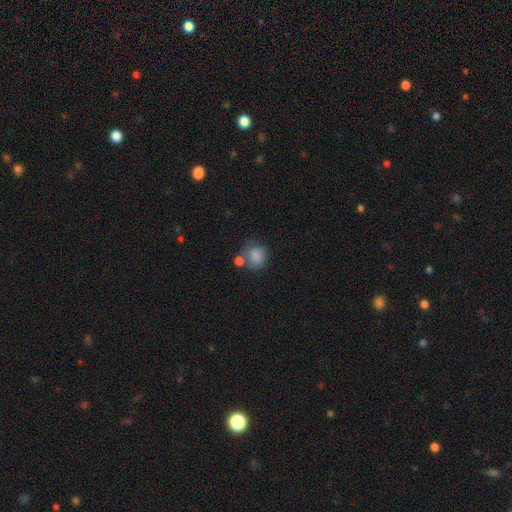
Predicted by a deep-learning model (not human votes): Smooth or featured?
  - smooth: 81% *
  - featured or disk: 10%
  - star or artifact: 9%
How rounded?
  - round: 69% *
  - in between: 30%
  - cigar-shaped: 1%
Merging?
  - none: 46% *
  - merger: 24%
  - minor disturbance: 20%
  - major disturbance: 10%